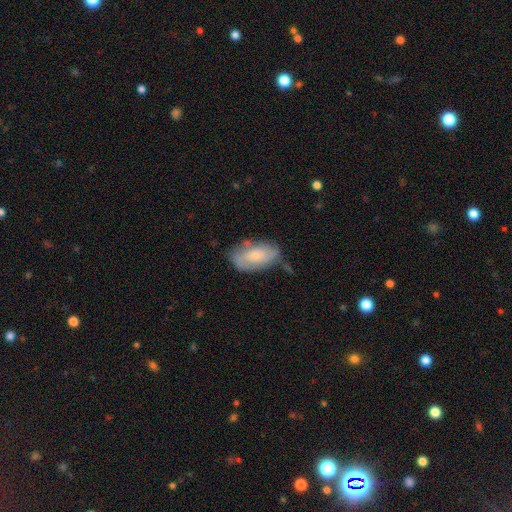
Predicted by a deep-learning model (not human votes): Q: Smooth or featured?
A: smooth (56%); runner-up: featured or disk (37%)
Q: How rounded?
A: in between (93%); runner-up: cigar-shaped (4%)
Q: Merging?
A: none (54%); runner-up: minor disturbance (31%)